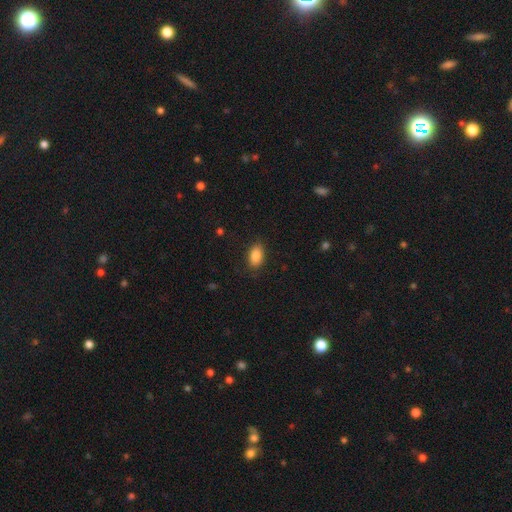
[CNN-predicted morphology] Smooth or featured? Predicted: smooth (p=0.86). How rounded? Predicted: in between (p=0.90). Merging? Predicted: none (p=0.86).